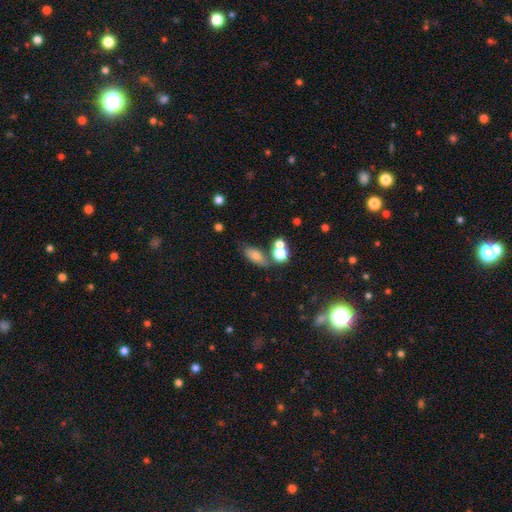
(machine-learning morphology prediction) Smooth or featured: smooth — 73% (featured or disk — 15%)
How rounded: in between — 76% (round — 13%)
Merging: none — 55% (merger — 22%)